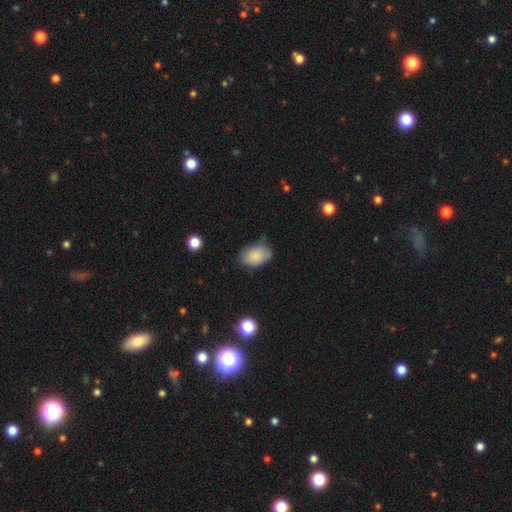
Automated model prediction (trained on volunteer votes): Morphology: type=smooth (82%); roundness=in between (85%); merging=none (64%).